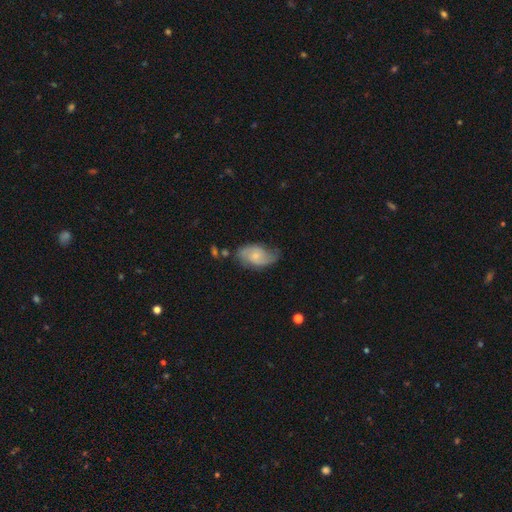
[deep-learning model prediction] This is likely a featured or disk galaxy (66%). It is clearly not viewed edge-on (96%). Bar: likely no (68%). Spiral arm pattern: clearly yes (90%). Spiral arm count: clearly 2 (81%). Spiral winding: marginally medium (44%). Central bulge: likely small (61%). Merging: likely none (61%).